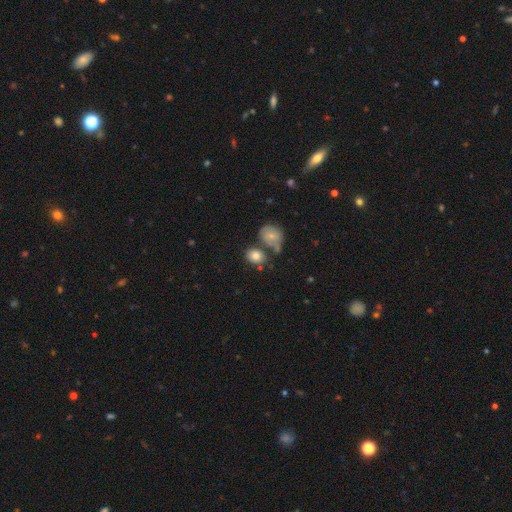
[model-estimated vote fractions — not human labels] A smooth galaxy with no disk features (78%) that is in between round and cigar-shaped (50%).

Vote fractions:
- Smooth or featured? smooth: 78% / featured or disk: 13% / star or artifact: 9%
- How rounded? in between: 50% / round: 49% / cigar-shaped: 1%
- Merging? none: 56% / merger: 26% / minor disturbance: 13% / major disturbance: 5%